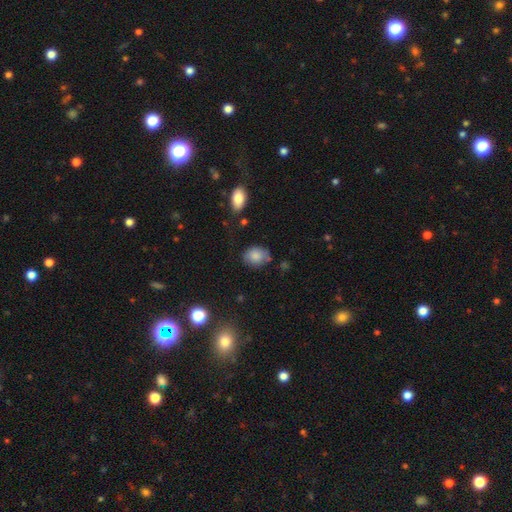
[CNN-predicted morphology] Smooth or featured?
  - smooth: 83% *
  - featured or disk: 9%
  - star or artifact: 8%
How rounded?
  - in between: 54% *
  - round: 45%
  - cigar-shaped: 1%
Merging?
  - none: 68% *
  - minor disturbance: 23%
  - major disturbance: 5%
  - merger: 4%